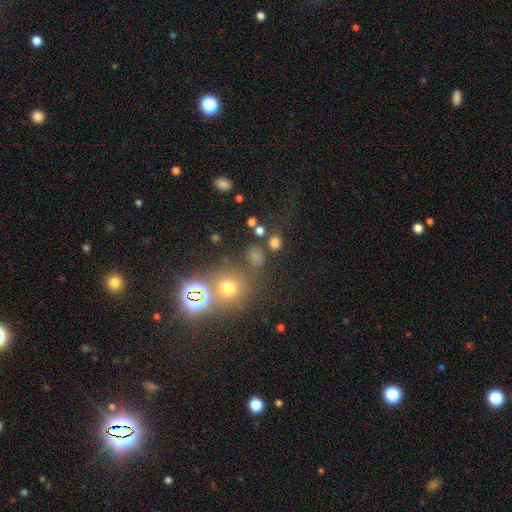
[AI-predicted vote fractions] This is possibly a smooth galaxy (48%). Merging: likely none (71%).